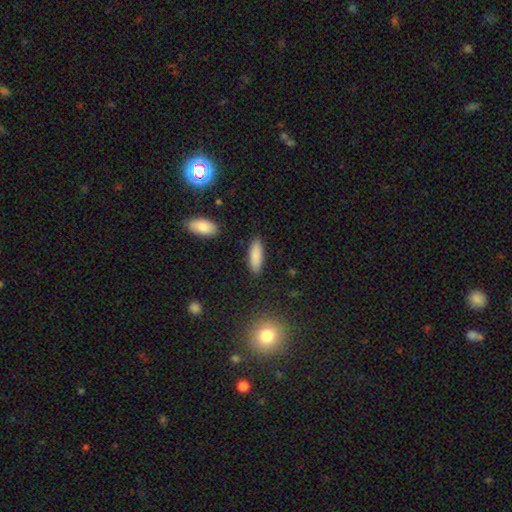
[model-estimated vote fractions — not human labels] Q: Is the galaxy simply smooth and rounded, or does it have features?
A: smooth — 86%.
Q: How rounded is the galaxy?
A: in between — 54%.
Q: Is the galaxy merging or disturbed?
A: none — 87%.